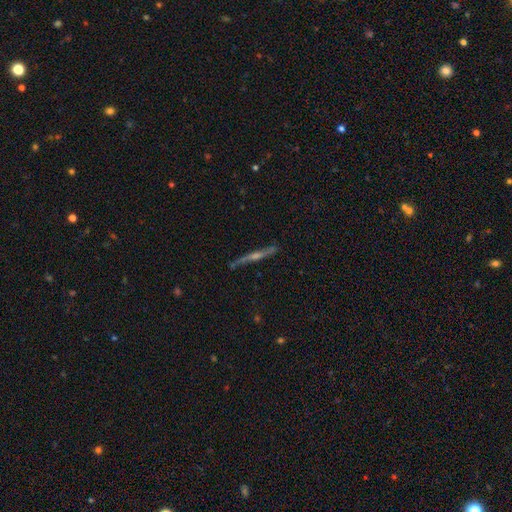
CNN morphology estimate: Q: Smooth or featured?
A: featured or disk (77%); runner-up: smooth (16%)
Q: Edge-on disk?
A: yes (96%); runner-up: no (4%)
Q: Edge-on bulge?
A: rounded (77%); runner-up: none (15%)
Q: Merging?
A: none (85%); runner-up: minor disturbance (11%)